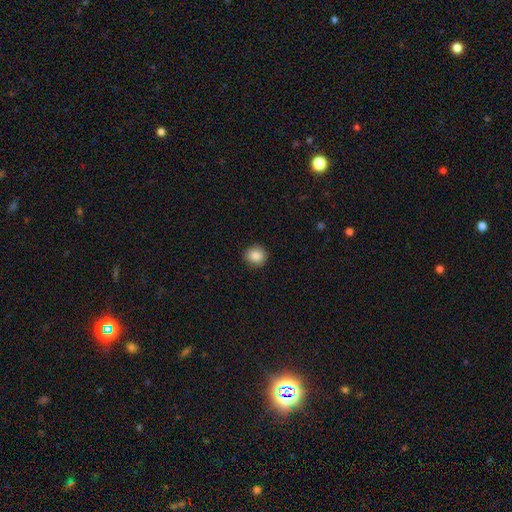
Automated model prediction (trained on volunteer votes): A smooth galaxy with no disk features (87%) that is round (87%). Merging: none (91%).